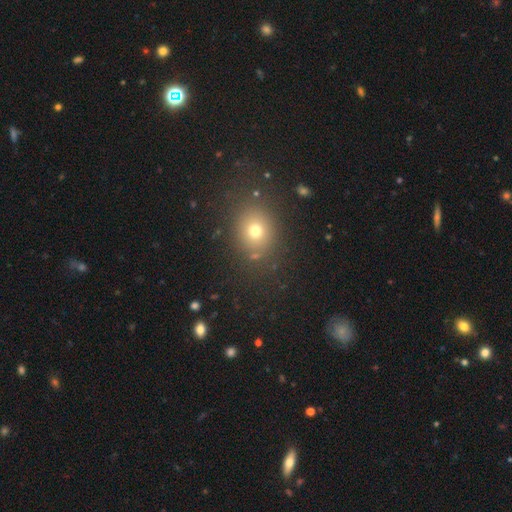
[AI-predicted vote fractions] A smooth galaxy with no disk features (68%) that is round (63%). Merging: none (82%).